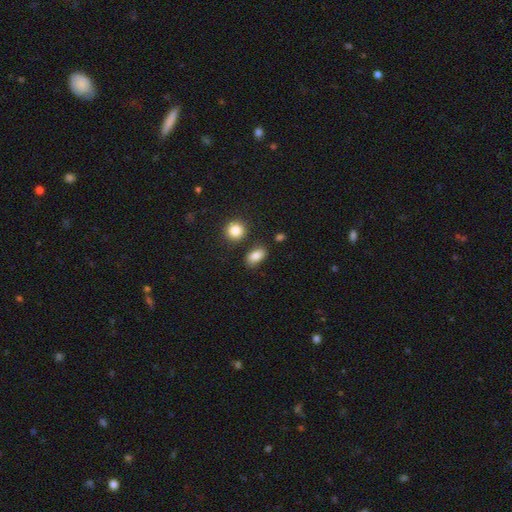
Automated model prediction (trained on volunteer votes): A smooth galaxy with no disk features (85%) that is in between round and cigar-shaped (85%). Merging: none (77%).